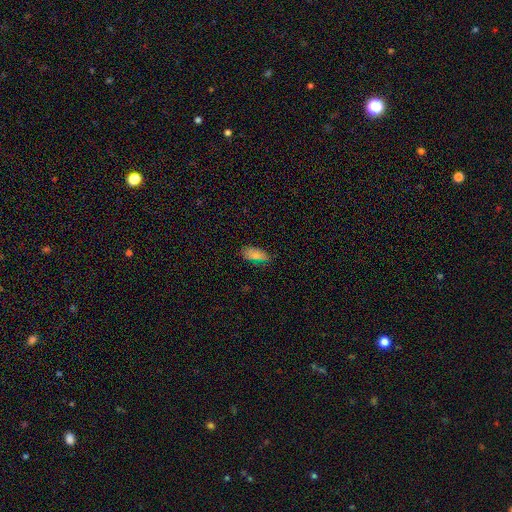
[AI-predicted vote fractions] smooth-or-featured: smooth: 79% | star or artifact: 12% | featured or disk: 9%
  how-rounded: in between: 89% | cigar-shaped: 8% | round: 3%
  merging: none: 69% | minor disturbance: 25% | major disturbance: 5% | merger: 2%